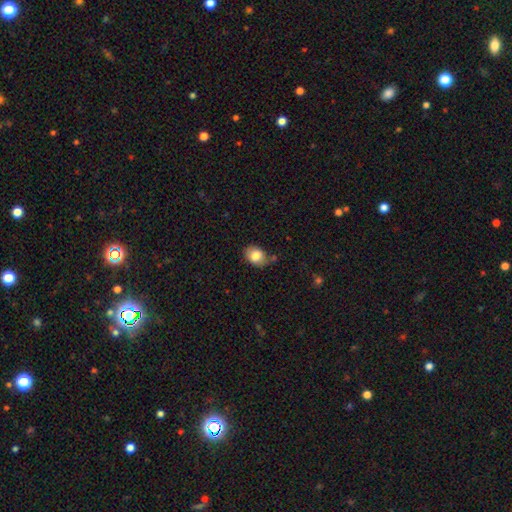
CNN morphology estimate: This appears to be a smooth galaxy with no disk features (81%) that is in between round and cigar-shaped (65%). Merging: none (65%).